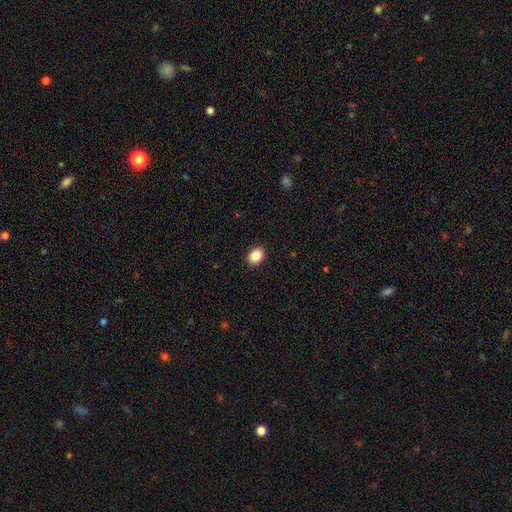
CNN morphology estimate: This is clearly a smooth galaxy (87%). How rounded: likely in between (67%). Merging: clearly none (91%).